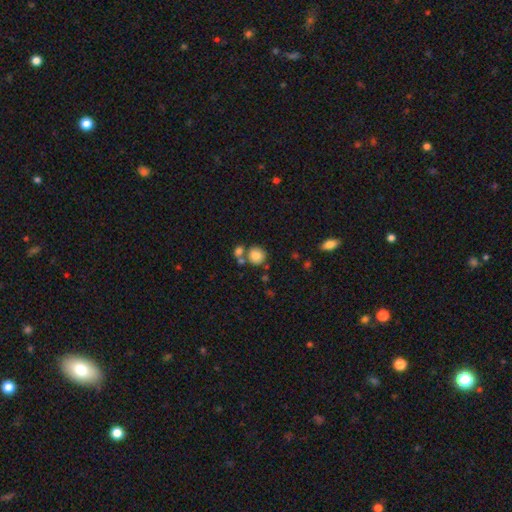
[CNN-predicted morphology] Smooth or featured: smooth — 81% (star or artifact — 10%)
How rounded: round — 85% (in between — 14%)
Merging: none — 56% (merger — 28%)